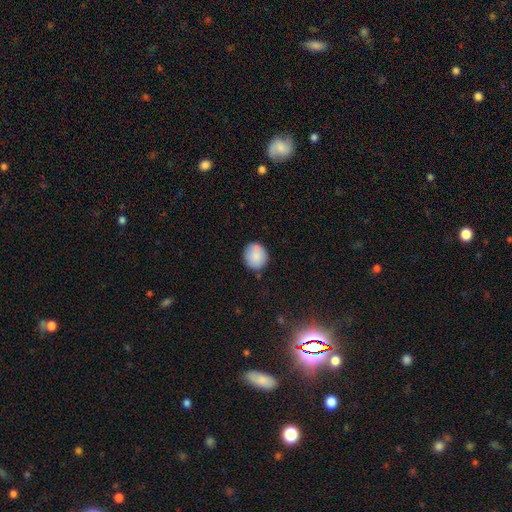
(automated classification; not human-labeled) Smooth or featured?
  - smooth: 85% *
  - featured or disk: 8%
  - star or artifact: 7%
How rounded?
  - round: 83% *
  - in between: 16%
  - cigar-shaped: 1%
Merging?
  - none: 77% *
  - minor disturbance: 15%
  - merger: 4%
  - major disturbance: 3%